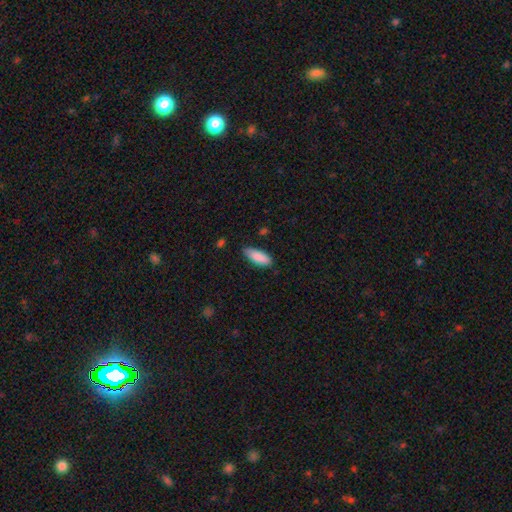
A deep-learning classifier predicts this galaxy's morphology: type=smooth (88%); roundness=in between (71%); merging=none (81%).